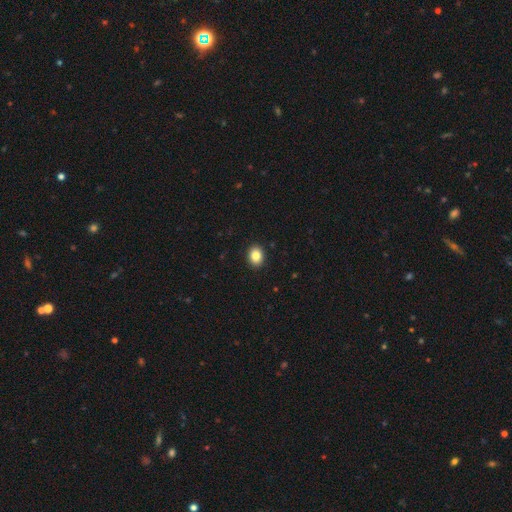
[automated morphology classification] This is clearly a smooth galaxy (85%). How rounded: possibly in between (54%). Merging: clearly none (92%).